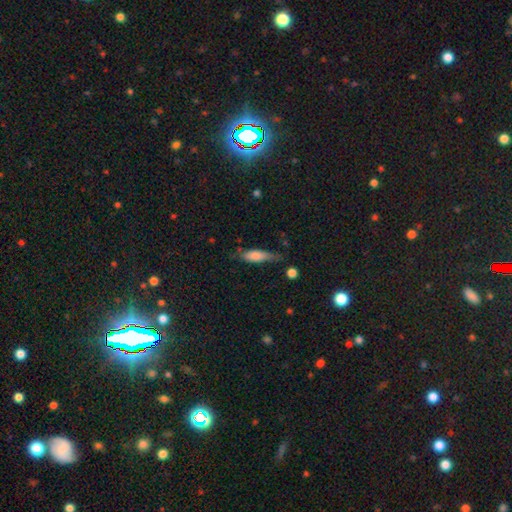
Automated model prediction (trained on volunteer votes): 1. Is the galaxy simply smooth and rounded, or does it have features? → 76% smooth, 17% featured or disk, 7% star or artifact.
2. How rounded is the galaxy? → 49% cigar-shaped, 48% in between, 2% round.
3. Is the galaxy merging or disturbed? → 49% none, 35% minor disturbance, 12% major disturbance, 4% merger.